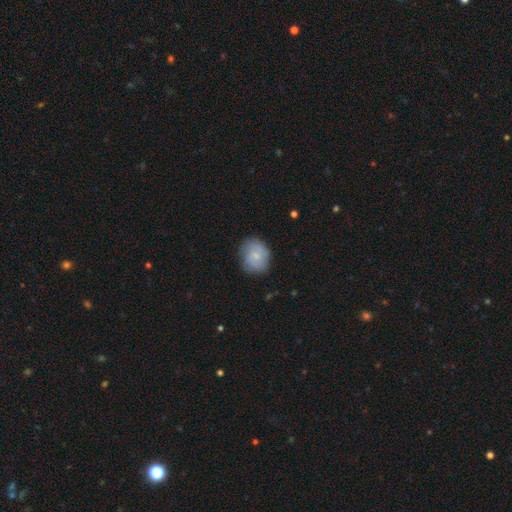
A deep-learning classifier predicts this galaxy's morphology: A smooth galaxy with no disk features (53%) that is round (66%).

Vote fractions:
- Smooth or featured? smooth: 53% / featured or disk: 41% / star or artifact: 7%
- How rounded? round: 66% / in between: 33% / cigar-shaped: 1%
- Merging? none: 74% / minor disturbance: 19% / major disturbance: 5% / merger: 1%